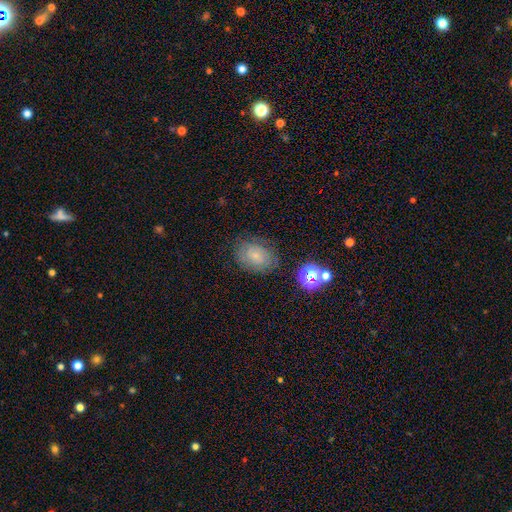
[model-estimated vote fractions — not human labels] smooth 57%, featured or disk 28%, star or artifact 15%. Down the decision tree: how rounded — in between (64%); merging — none (76%).